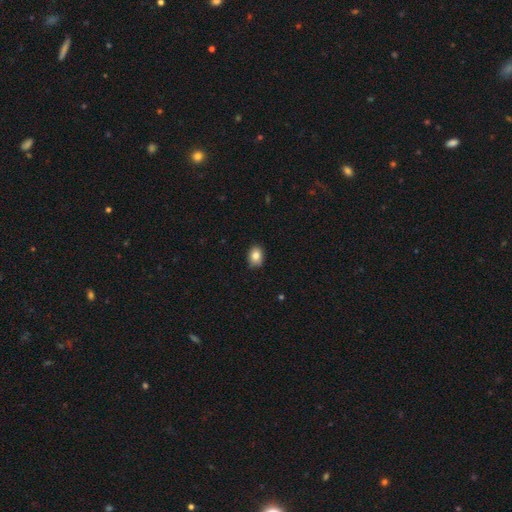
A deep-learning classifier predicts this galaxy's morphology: smooth-or-featured: smooth: 84% | star or artifact: 9% | featured or disk: 7%
  how-rounded: in between: 66% | round: 33% | cigar-shaped: 1%
  merging: none: 83% | minor disturbance: 14% | major disturbance: 2% | merger: 1%